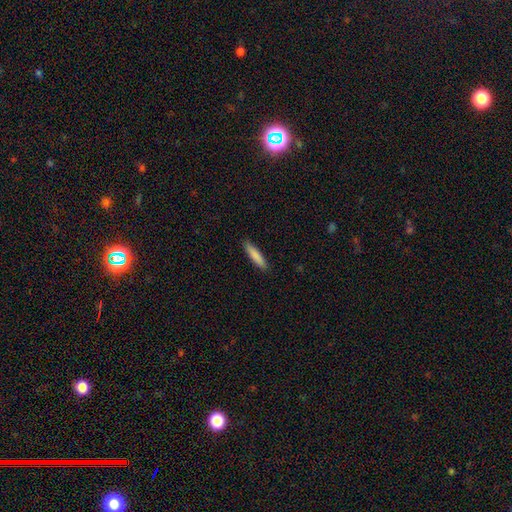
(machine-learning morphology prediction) smooth_or_featured: smooth (p=0.84) [alt: featured or disk p=0.10]
how_rounded: cigar-shaped (p=0.86) [alt: in between p=0.13]
merging: none (p=0.90) [alt: minor disturbance p=0.07]